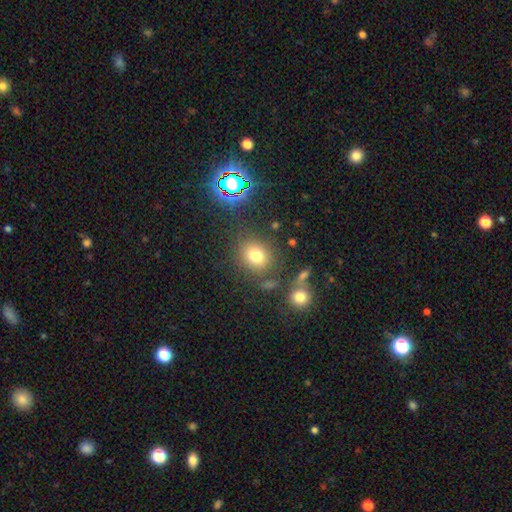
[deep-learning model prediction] A smooth galaxy with no disk features (74%) that is round (76%). Merging: none (78%).